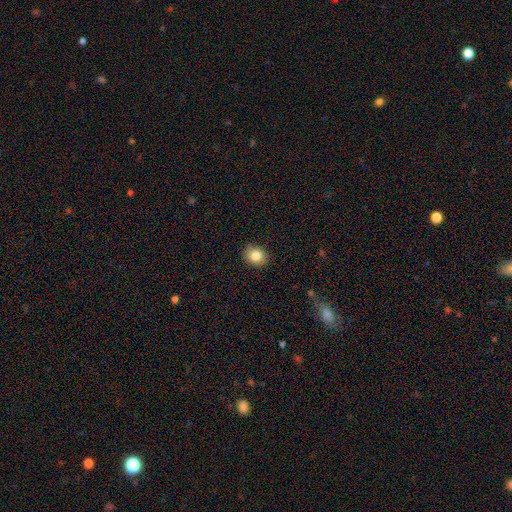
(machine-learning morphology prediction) This is clearly a smooth galaxy (83%). How rounded: possibly round (59%). Merging: clearly none (89%).